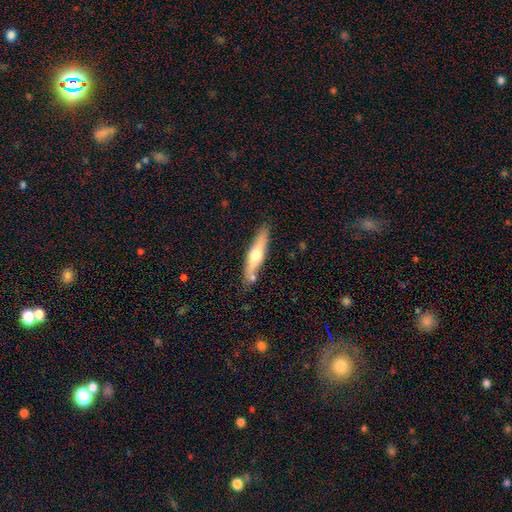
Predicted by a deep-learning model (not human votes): This appears to be a smooth galaxy with no disk features (49%). Merging: none (76%).